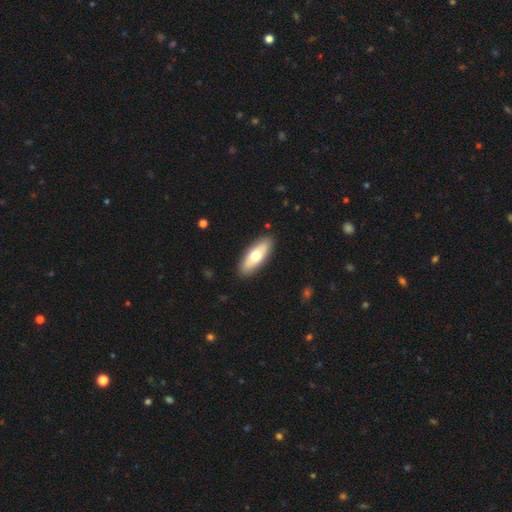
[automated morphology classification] A smooth galaxy with no disk features (63%) that is in between round and cigar-shaped (72%). Merging: none (89%).